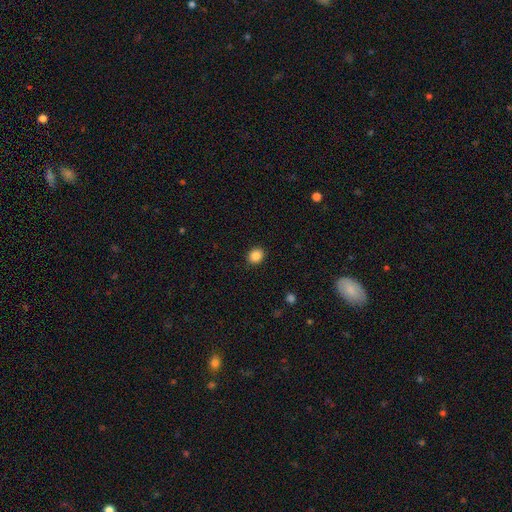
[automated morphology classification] Smooth or featured?
  - smooth: 87% *
  - star or artifact: 10%
  - featured or disk: 3%
How rounded?
  - round: 68% *
  - in between: 31%
  - cigar-shaped: 1%
Merging?
  - none: 90% *
  - minor disturbance: 7%
  - major disturbance: 2%
  - merger: 1%